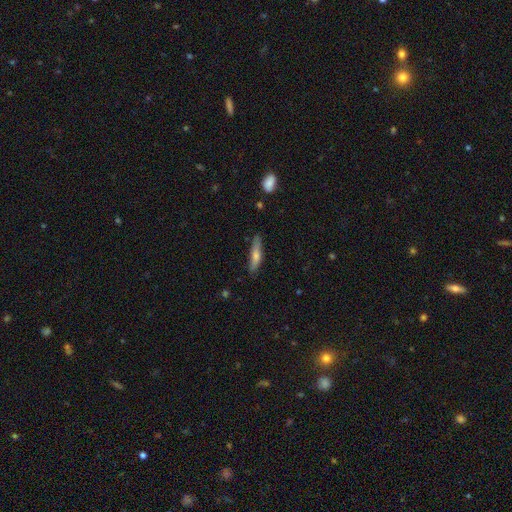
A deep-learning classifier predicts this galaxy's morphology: This is possibly a smooth galaxy (56%). How rounded: clearly cigar-shaped (83%). Merging: likely none (78%).